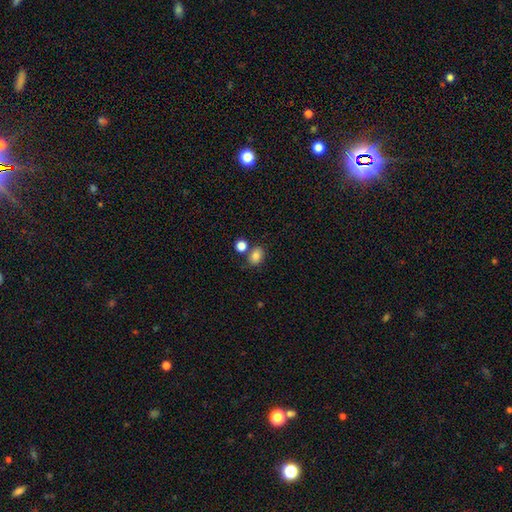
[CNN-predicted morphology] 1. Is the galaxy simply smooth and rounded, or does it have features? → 81% smooth, 11% star or artifact, 7% featured or disk.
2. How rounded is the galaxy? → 61% in between, 37% round, 1% cigar-shaped.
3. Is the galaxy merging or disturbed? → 66% none, 18% merger, 12% minor disturbance, 4% major disturbance.